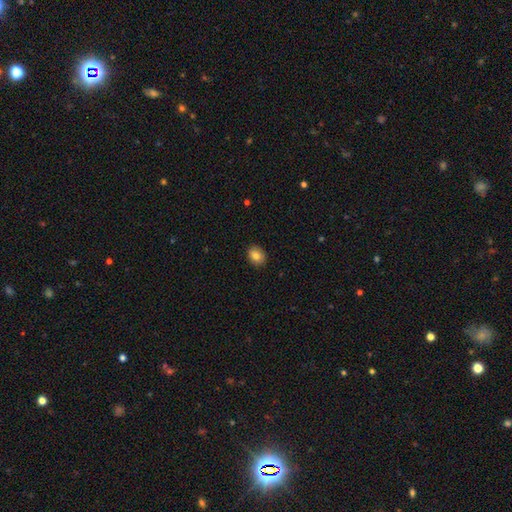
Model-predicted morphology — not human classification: This appears to be a smooth galaxy with no disk features (83%) that is in between round and cigar-shaped (52%). Merging: none (89%).